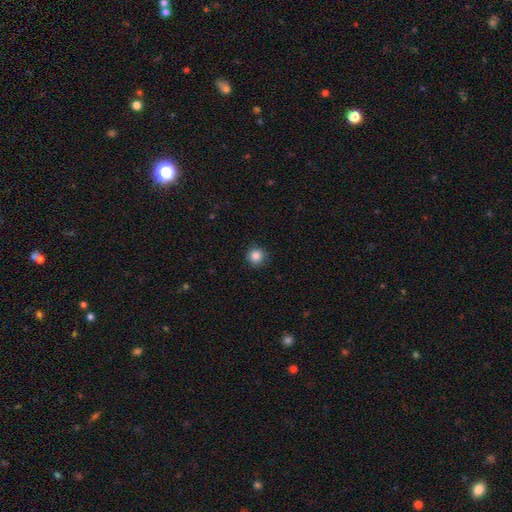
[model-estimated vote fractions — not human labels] Smooth or featured? Predicted: smooth (p=0.86). How rounded? Predicted: round (p=0.95). Merging? Predicted: none (p=0.89).